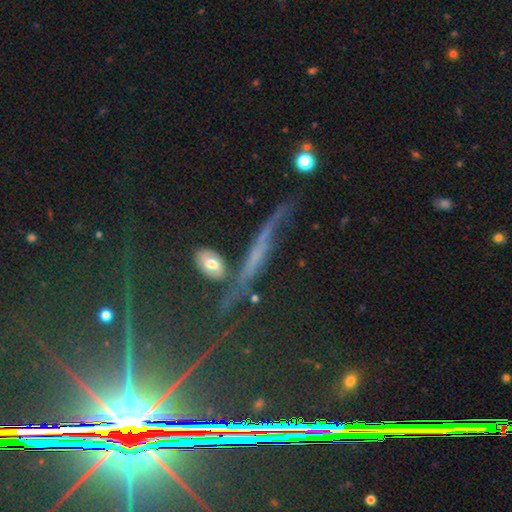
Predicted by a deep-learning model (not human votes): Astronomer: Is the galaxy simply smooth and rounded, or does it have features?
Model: featured or disk — 50% (runner-up: star or artifact, 27%).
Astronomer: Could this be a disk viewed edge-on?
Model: yes — 80%.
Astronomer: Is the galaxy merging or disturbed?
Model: none — 67%.